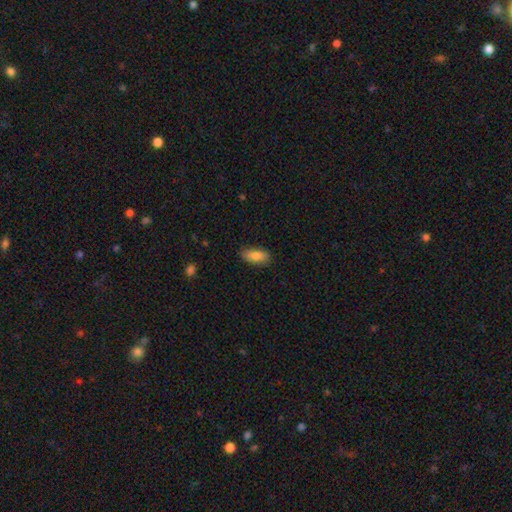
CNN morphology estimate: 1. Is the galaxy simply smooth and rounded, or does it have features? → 84% smooth, 10% featured or disk, 7% star or artifact.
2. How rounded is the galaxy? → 83% in between, 14% cigar-shaped, 3% round.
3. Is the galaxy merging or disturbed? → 83% none, 14% minor disturbance, 3% major disturbance, 1% merger.